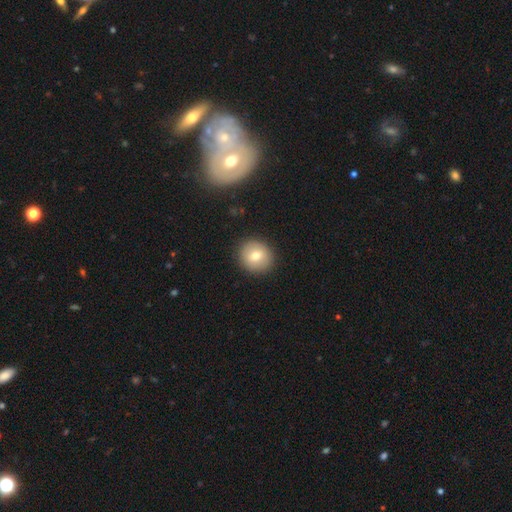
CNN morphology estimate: This is likely a smooth galaxy (74%). How rounded: clearly round (87%). Merging: clearly none (90%).